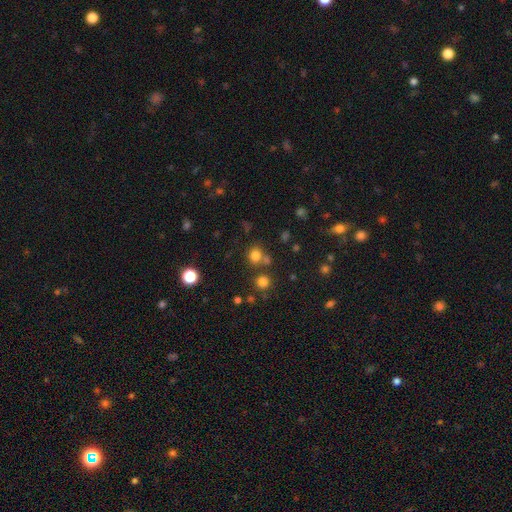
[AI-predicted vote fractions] Smooth or featured: smooth — 75% (star or artifact — 18%)
How rounded: round — 81% (in between — 18%)
Merging: none — 68% (merger — 19%)